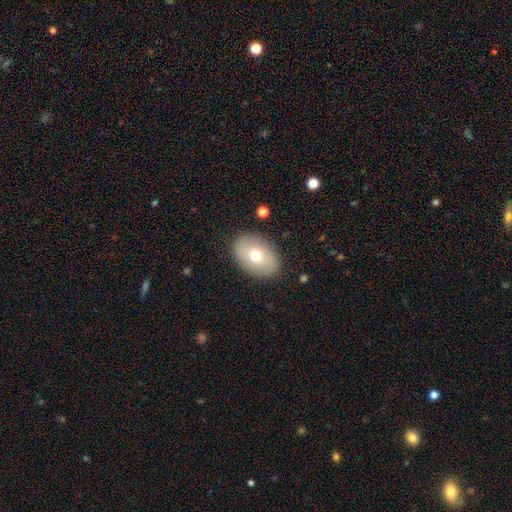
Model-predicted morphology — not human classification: smooth_or_featured: smooth (p=0.67) [alt: featured or disk p=0.26]
how_rounded: in between (p=0.83) [alt: round p=0.16]
merging: none (p=0.87) [alt: minor disturbance p=0.09]